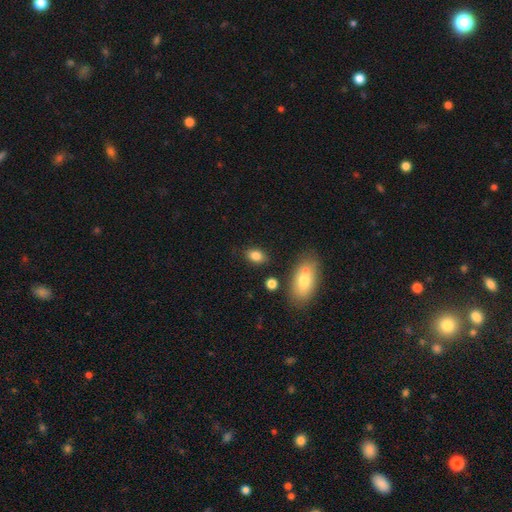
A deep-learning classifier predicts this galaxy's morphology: smooth-or-featured: smooth: 84% | star or artifact: 9% | featured or disk: 7%
  how-rounded: in between: 84% | round: 14% | cigar-shaped: 2%
  merging: none: 82% | minor disturbance: 12% | merger: 4% | major disturbance: 3%